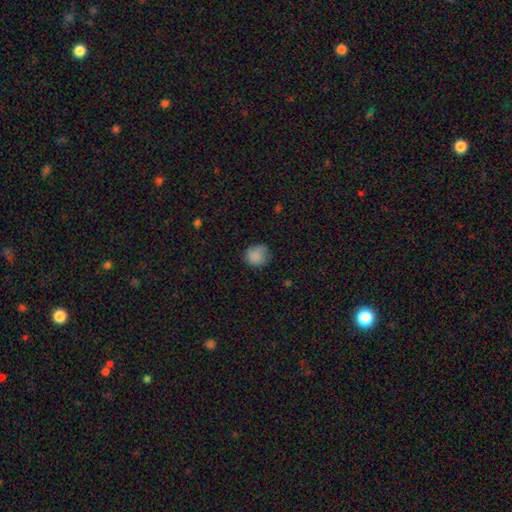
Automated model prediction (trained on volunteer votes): Smooth or featured? smooth (85%)
How rounded? round (79%)
Merging? none (68%)